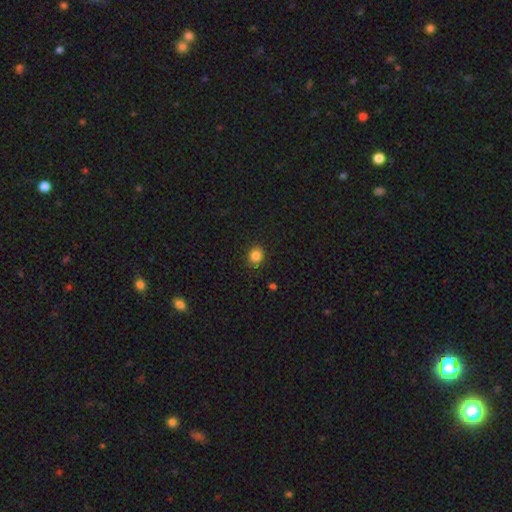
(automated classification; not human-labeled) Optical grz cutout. It shows a smooth galaxy with no disk features (84%) that is round (72%). Merging: none (88%).